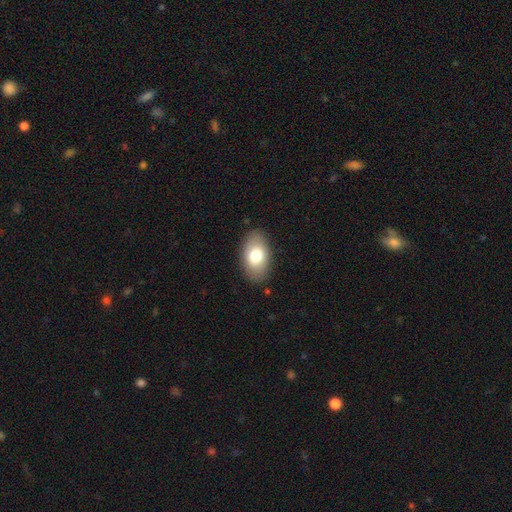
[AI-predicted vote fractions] Smooth or featured: smooth — 75% (featured or disk — 18%)
How rounded: in between — 92% (round — 6%)
Merging: none — 85% (minor disturbance — 11%)